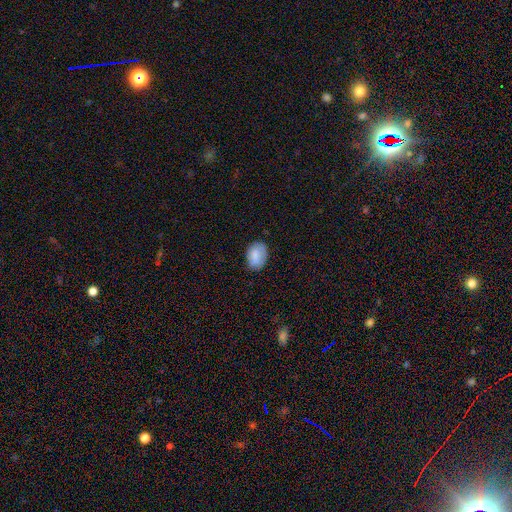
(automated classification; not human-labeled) A smooth galaxy with no disk features (79%) that is in between round and cigar-shaped (79%). Merging: none (72%).